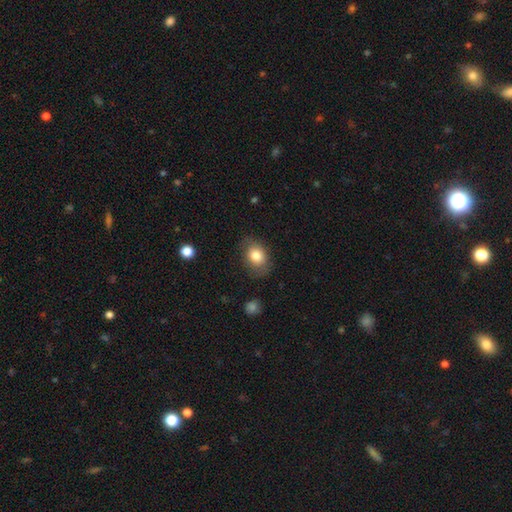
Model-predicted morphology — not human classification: This appears to be a smooth galaxy with no disk features (80%) that is in between round and cigar-shaped (65%). Merging: none (75%).